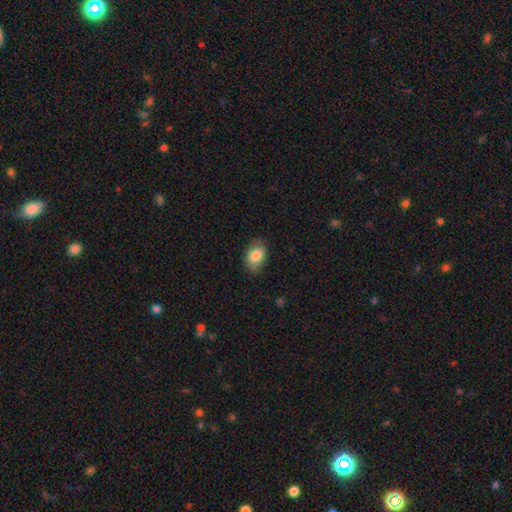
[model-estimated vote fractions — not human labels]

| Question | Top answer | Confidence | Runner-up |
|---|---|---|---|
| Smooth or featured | smooth | 83% | featured or disk (10%) |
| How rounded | in between | 87% | round (12%) |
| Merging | none | 79% | minor disturbance (17%) |